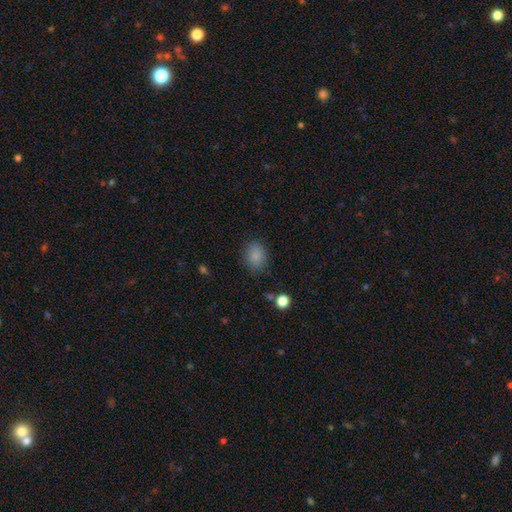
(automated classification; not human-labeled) Smooth or featured? smooth (85%)
How rounded? in between (61%)
Merging? none (84%)